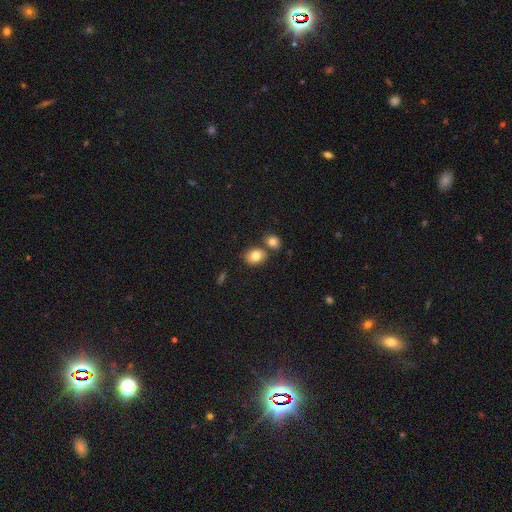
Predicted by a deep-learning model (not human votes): Smooth or featured?
  - smooth: 80% *
  - featured or disk: 11%
  - star or artifact: 9%
How rounded?
  - in between: 59% *
  - round: 40%
  - cigar-shaped: 1%
Merging?
  - none: 64% *
  - merger: 21%
  - minor disturbance: 12%
  - major disturbance: 3%